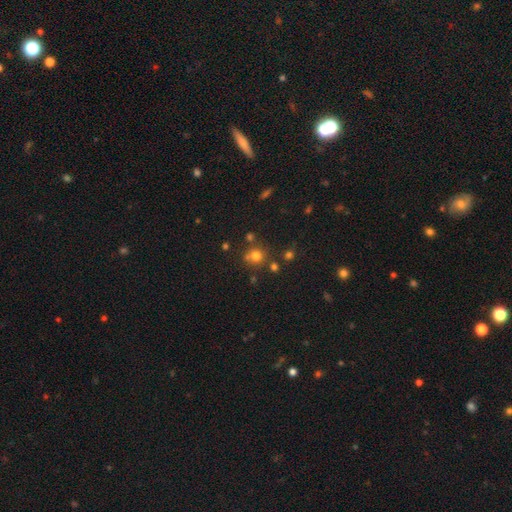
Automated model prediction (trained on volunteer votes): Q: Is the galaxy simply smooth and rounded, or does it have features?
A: smooth — 71%.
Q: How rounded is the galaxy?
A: round — 88%.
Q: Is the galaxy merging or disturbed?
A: none — 70%.